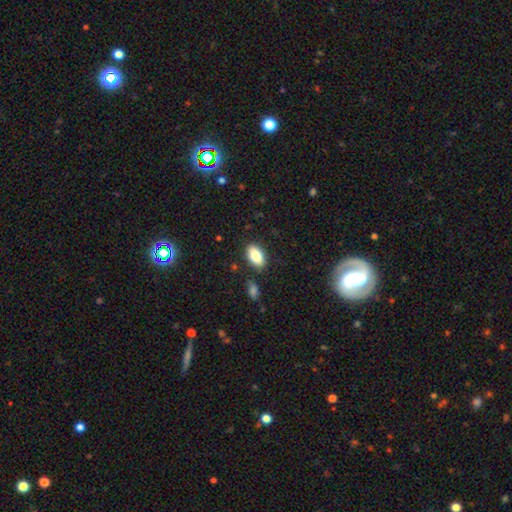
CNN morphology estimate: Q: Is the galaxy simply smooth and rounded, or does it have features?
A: smooth — 83%.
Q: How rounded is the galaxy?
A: in between — 92%.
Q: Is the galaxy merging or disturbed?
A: none — 85%.